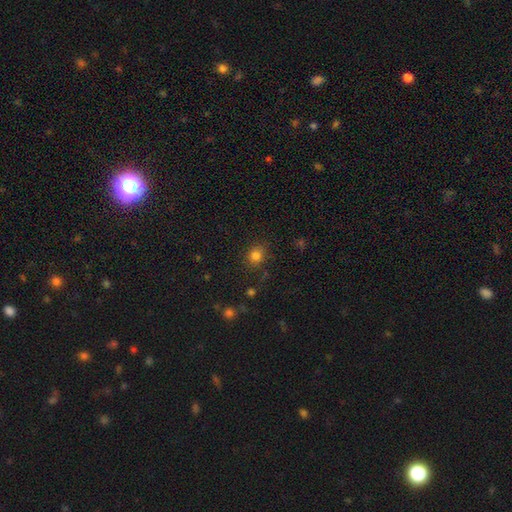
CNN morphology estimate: This appears to be a smooth galaxy with no disk features (80%) that is round (74%). Merging: none (83%).